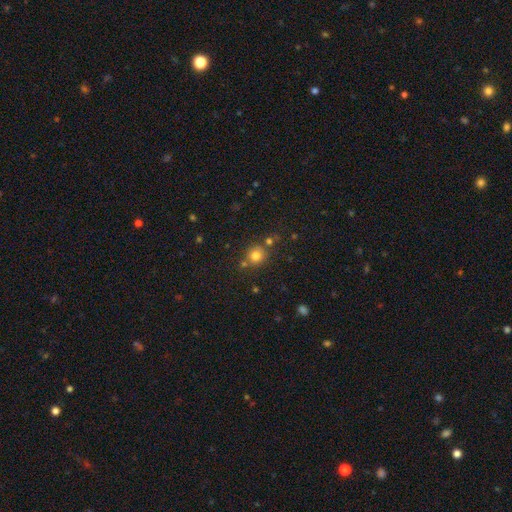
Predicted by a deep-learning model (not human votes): This appears to be a smooth galaxy with no disk features (78%) that is round (88%). Merging: none (71%).